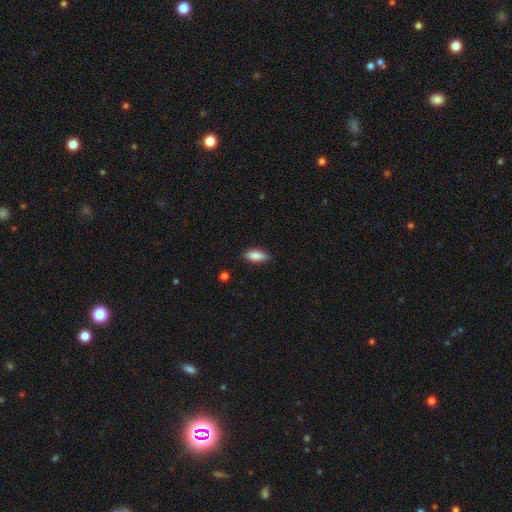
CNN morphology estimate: smooth-or-featured: smooth: 85% | featured or disk: 9% | star or artifact: 7%
  how-rounded: in between: 76% | cigar-shaped: 22% | round: 2%
  merging: none: 81% | minor disturbance: 15% | major disturbance: 3% | merger: 1%